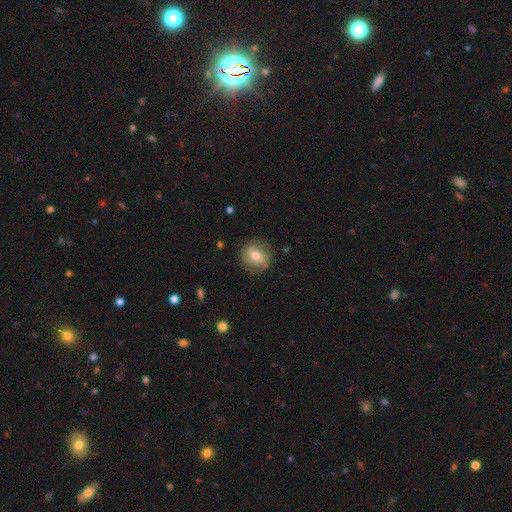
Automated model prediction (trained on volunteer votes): Overall: smooth (62%; featured or disk 29%). How rounded: round (86%). Merging: none (81%).